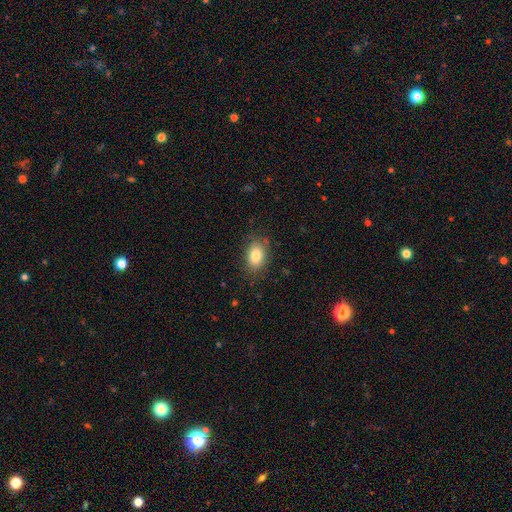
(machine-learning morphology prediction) A smooth galaxy with no disk features (81%) that is in between round and cigar-shaped (81%).

Vote fractions:
- Smooth or featured? smooth: 81% / featured or disk: 10% / star or artifact: 9%
- How rounded? in between: 81% / round: 17% / cigar-shaped: 1%
- Merging? none: 81% / minor disturbance: 14% / major disturbance: 4% / merger: 1%